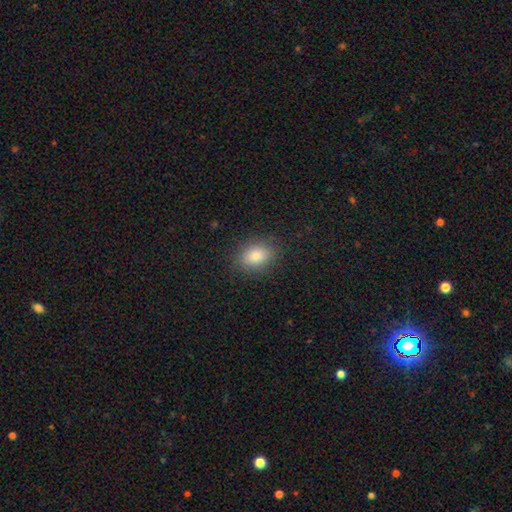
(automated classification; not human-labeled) Smooth or featured? smooth (84%)
How rounded? in between (75%)
Merging? none (86%)